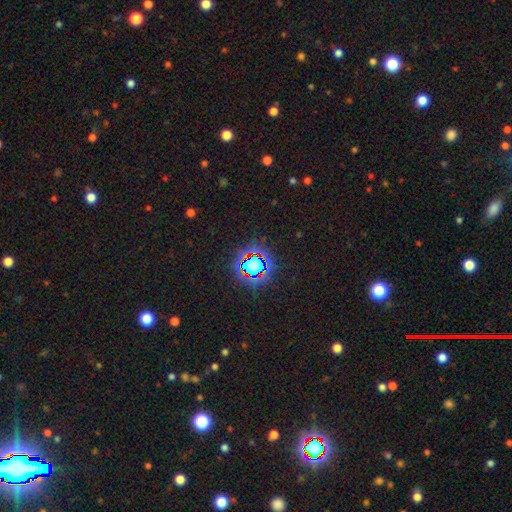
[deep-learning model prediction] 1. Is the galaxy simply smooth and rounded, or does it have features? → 79% star or artifact, 13% smooth, 8% featured or disk.